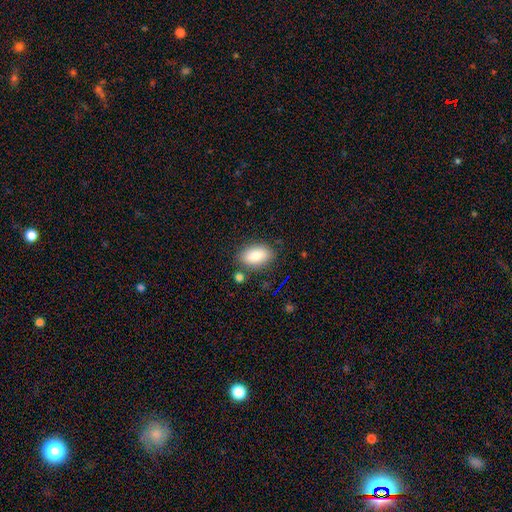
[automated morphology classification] Smooth or featured? Predicted: smooth (p=0.82). How rounded? Predicted: in between (p=0.91). Merging? Predicted: none (p=0.80).